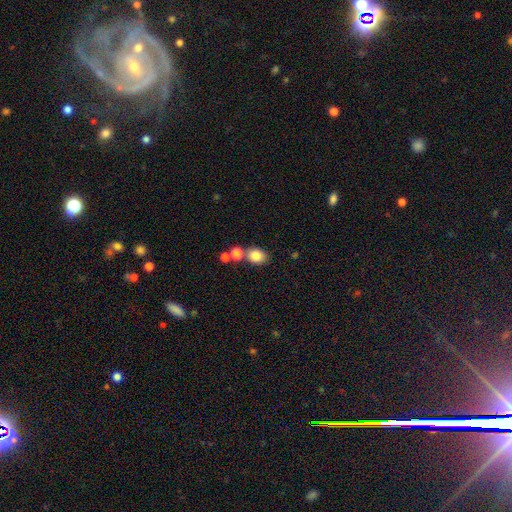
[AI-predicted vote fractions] A smooth galaxy with no disk features (82%) that is in between round and cigar-shaped (52%). Merging: none (63%).